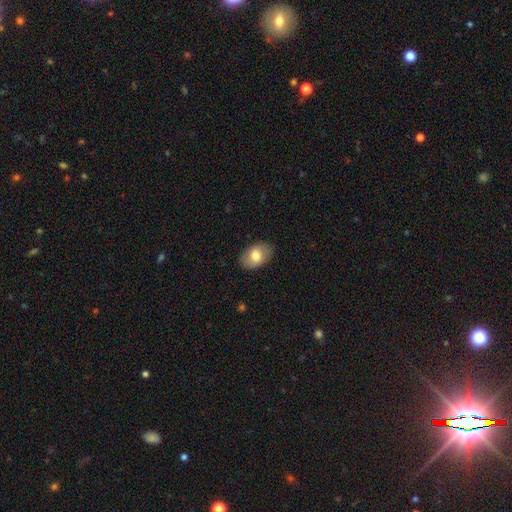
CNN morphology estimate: A smooth galaxy with no disk features (75%) that is in between round and cigar-shaped (88%). Merging: none (86%).